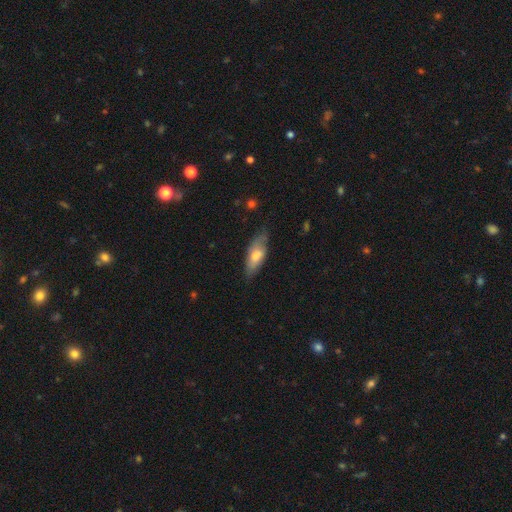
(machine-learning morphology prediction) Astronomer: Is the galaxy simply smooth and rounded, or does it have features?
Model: smooth — 65%.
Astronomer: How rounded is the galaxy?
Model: in between — 73%.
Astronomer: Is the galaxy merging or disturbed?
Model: none — 65%.